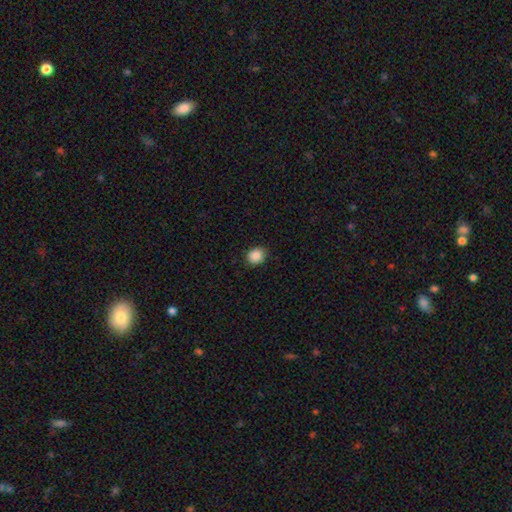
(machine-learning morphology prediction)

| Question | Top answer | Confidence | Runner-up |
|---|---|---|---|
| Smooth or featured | smooth | 89% | star or artifact (9%) |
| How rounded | round | 62% | in between (37%) |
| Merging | none | 86% | minor disturbance (11%) |